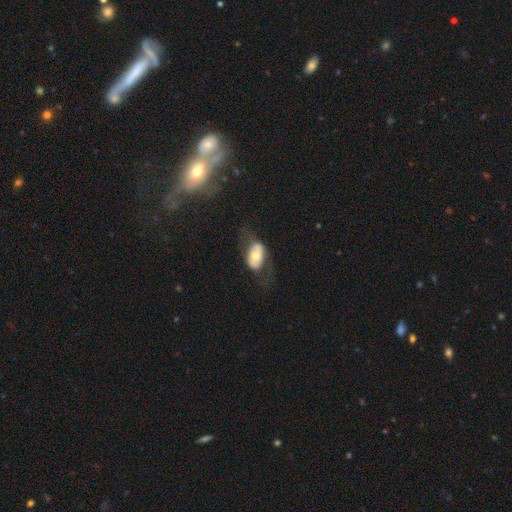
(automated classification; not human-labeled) featured or disk 49%, smooth 45%, star or artifact 6%. Down the decision tree: merging — none (55%).